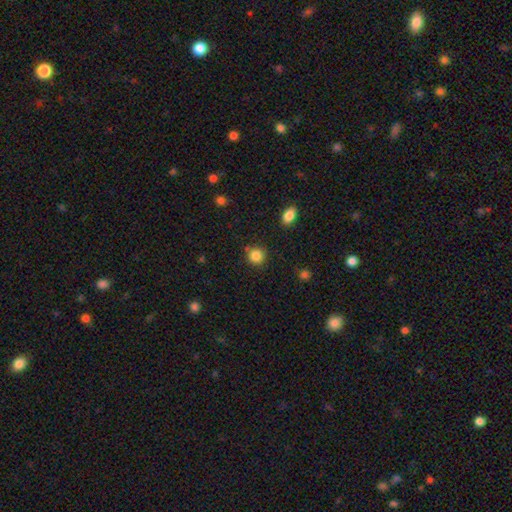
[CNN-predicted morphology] This is clearly a smooth galaxy (86%). How rounded: clearly round (91%). Merging: clearly none (84%).